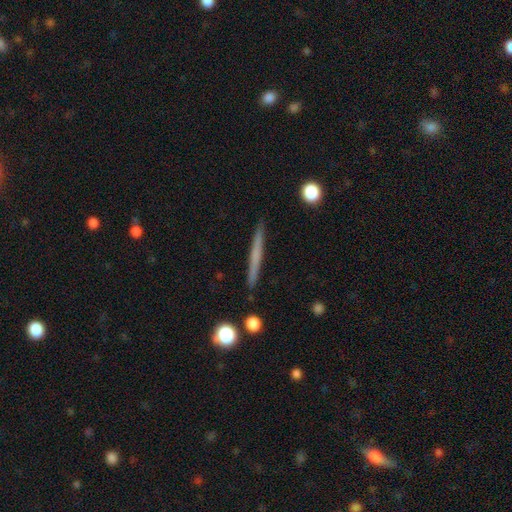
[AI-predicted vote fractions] Smooth or featured? Predicted: smooth (p=0.51). How rounded? Predicted: cigar-shaped (p=0.96). Merging? Predicted: none (p=0.91).